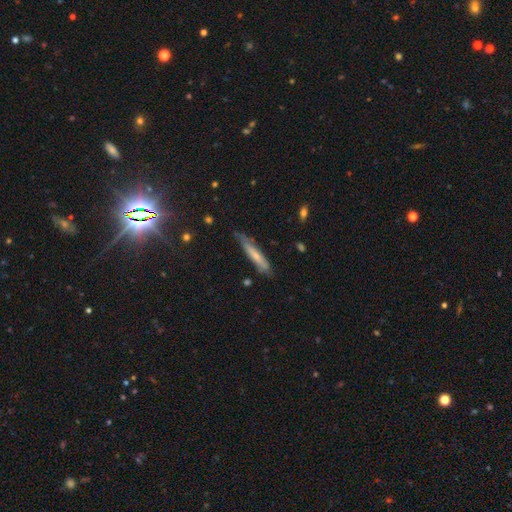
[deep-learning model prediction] Smooth or featured? Predicted: smooth (p=0.54). How rounded? Predicted: cigar-shaped (p=0.89). Merging? Predicted: none (p=0.65).